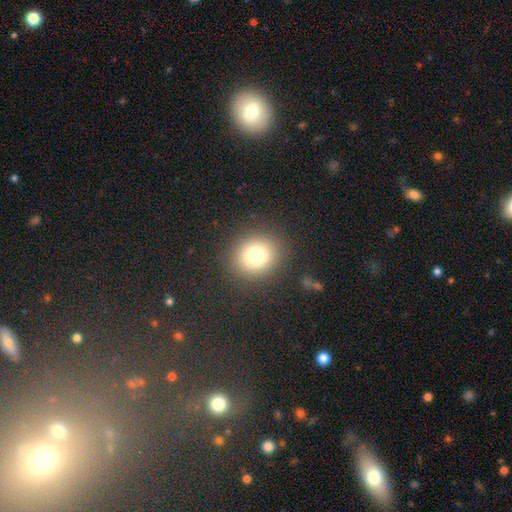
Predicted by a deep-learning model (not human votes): Smooth or featured? Predicted: smooth (p=0.78). How rounded? Predicted: round (p=0.80). Merging? Predicted: none (p=0.88).